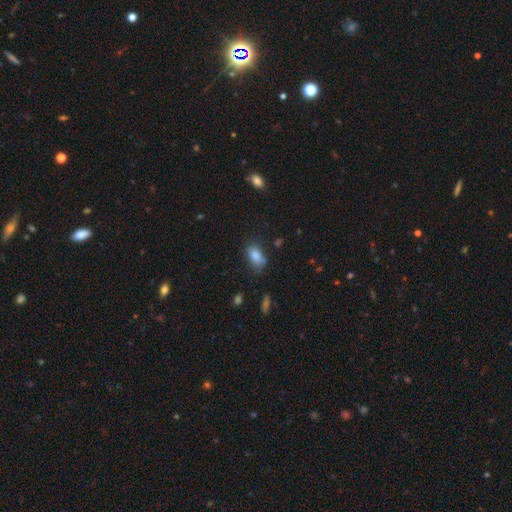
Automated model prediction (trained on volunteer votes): Q: Smooth or featured?
A: smooth (83%); runner-up: star or artifact (9%)
Q: How rounded?
A: in between (87%); runner-up: round (10%)
Q: Merging?
A: none (65%); runner-up: minor disturbance (24%)